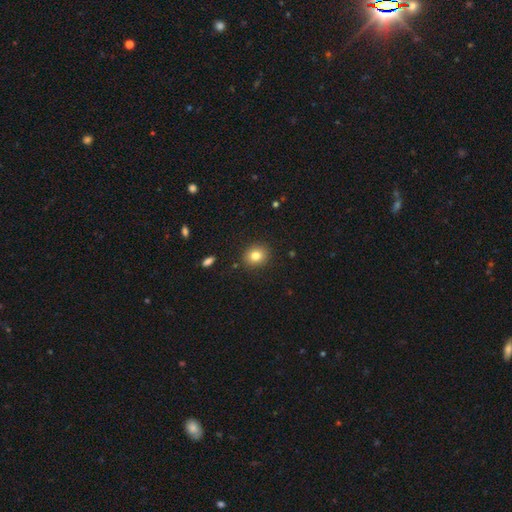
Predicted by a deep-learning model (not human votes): smooth-or-featured: smooth: 82% | star or artifact: 11% | featured or disk: 8%
  how-rounded: round: 72% | in between: 27% | cigar-shaped: 1%
  merging: none: 89% | minor disturbance: 8% | major disturbance: 2% | merger: 1%